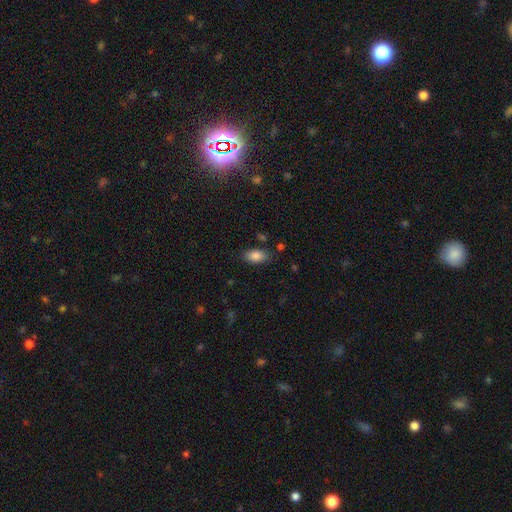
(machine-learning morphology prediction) smooth_or_featured: smooth (p=0.85) [alt: star or artifact p=0.08]
how_rounded: in between (p=0.91) [alt: round p=0.05]
merging: none (p=0.81) [alt: minor disturbance p=0.13]